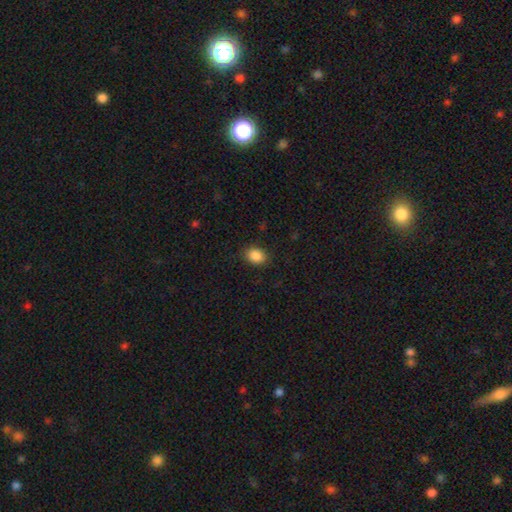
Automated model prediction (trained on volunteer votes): smooth 88%, star or artifact 9%, featured or disk 3%. Down the decision tree: how rounded — in between (59%); merging — none (85%).